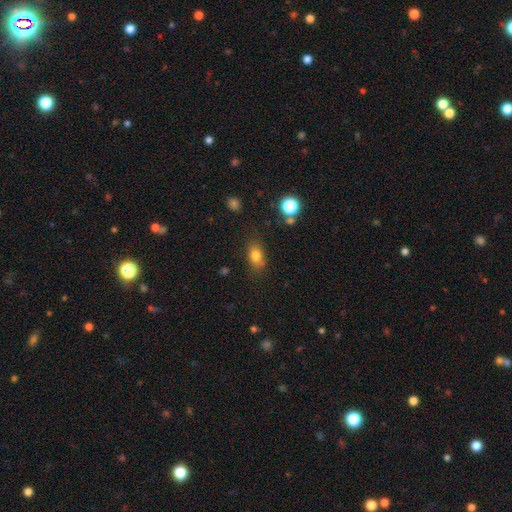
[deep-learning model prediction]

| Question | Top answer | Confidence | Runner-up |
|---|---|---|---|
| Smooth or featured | smooth | 79% | star or artifact (11%) |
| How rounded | in between | 80% | round (16%) |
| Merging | none | 77% | minor disturbance (15%) |